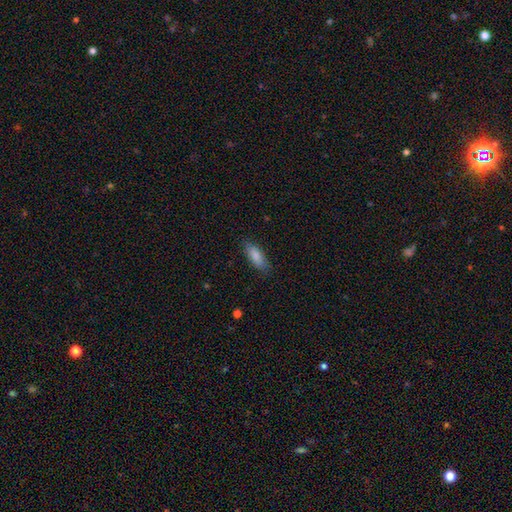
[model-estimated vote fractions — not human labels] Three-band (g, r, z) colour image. It shows a smooth galaxy with no disk features (85%) that is in between round and cigar-shaped (76%). Merging: none (82%).